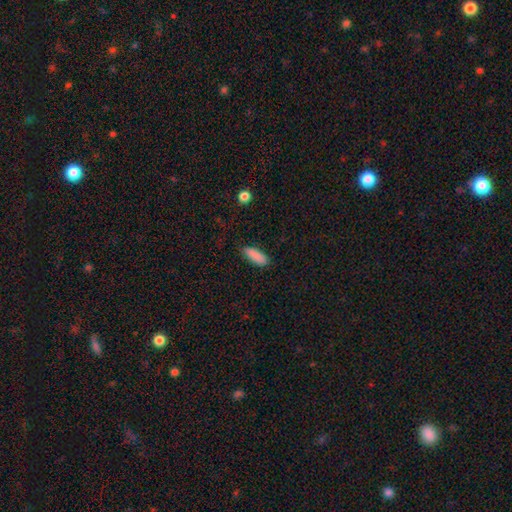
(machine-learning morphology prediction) This appears to be a smooth galaxy with no disk features (89%) that is in between round and cigar-shaped (64%). Merging: none (86%).